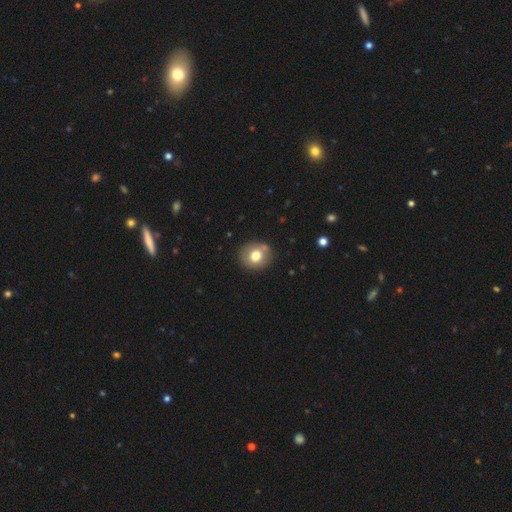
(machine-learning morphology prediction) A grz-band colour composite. It shows a smooth galaxy with no disk features (73%) that is round (78%). Merging: none (80%).